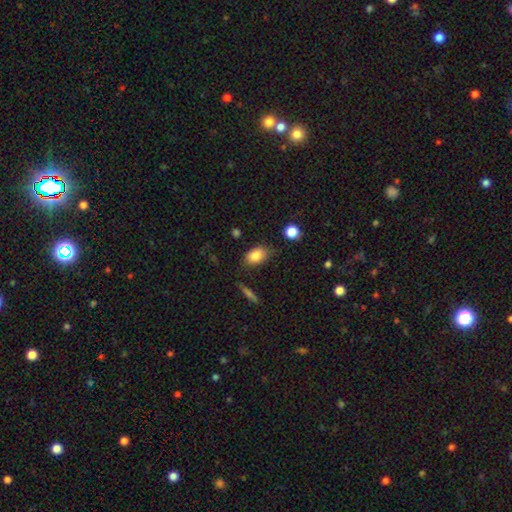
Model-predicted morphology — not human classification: This is clearly a smooth galaxy (83%). How rounded: clearly in between (85%). Merging: likely none (73%).